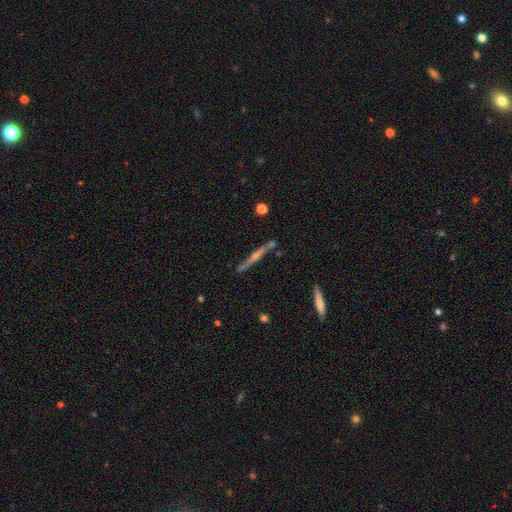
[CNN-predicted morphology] This is likely a featured or disk galaxy (70%). It is clearly viewed edge-on (95%). Edge-on bulge: likely rounded (60%). Merging: likely none (79%).